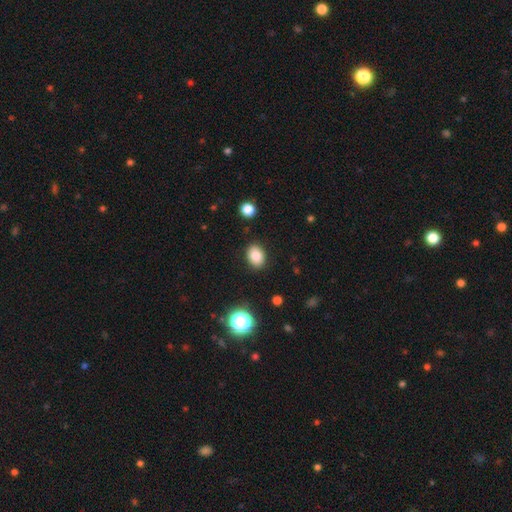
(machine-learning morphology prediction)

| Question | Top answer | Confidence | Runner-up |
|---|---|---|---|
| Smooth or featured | smooth | 83% | star or artifact (10%) |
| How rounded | in between | 69% | round (30%) |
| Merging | none | 88% | minor disturbance (9%) |